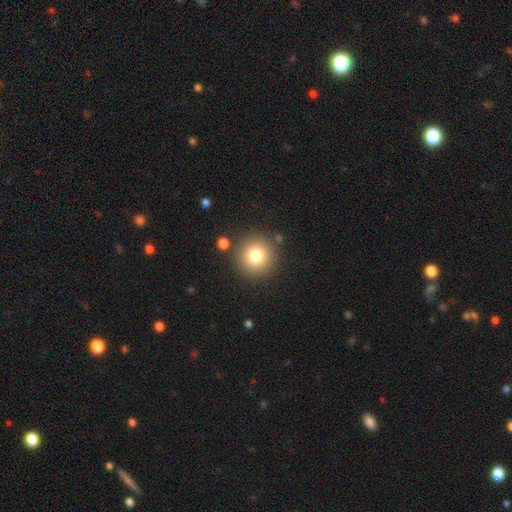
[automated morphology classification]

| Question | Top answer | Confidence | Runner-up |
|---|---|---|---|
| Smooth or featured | smooth | 79% | star or artifact (12%) |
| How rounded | round | 95% | in between (4%) |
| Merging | none | 86% | minor disturbance (7%) |